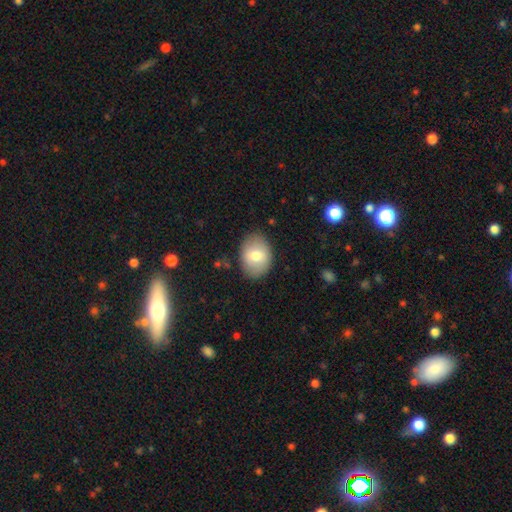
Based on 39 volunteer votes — Smooth or featured? smooth (64%)
How rounded? in between (76%)
Merging? none (81%)